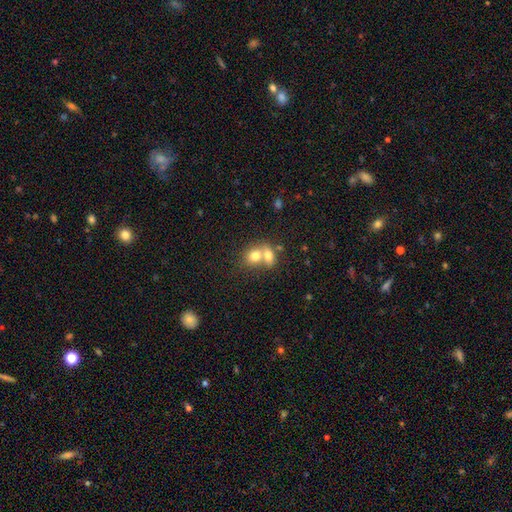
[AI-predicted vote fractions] smooth-or-featured: smooth: 74% | featured or disk: 17% | star or artifact: 9%
  how-rounded: round: 52% | in between: 47% | cigar-shaped: 1%
  merging: merger: 70% | none: 22% | minor disturbance: 5% | major disturbance: 3%